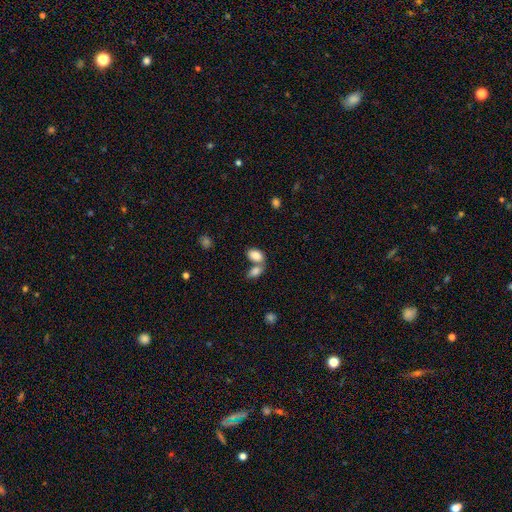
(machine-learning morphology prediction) Smooth or featured? Predicted: smooth (p=0.84). How rounded? Predicted: in between (p=0.89). Merging? Predicted: merger (p=0.54).